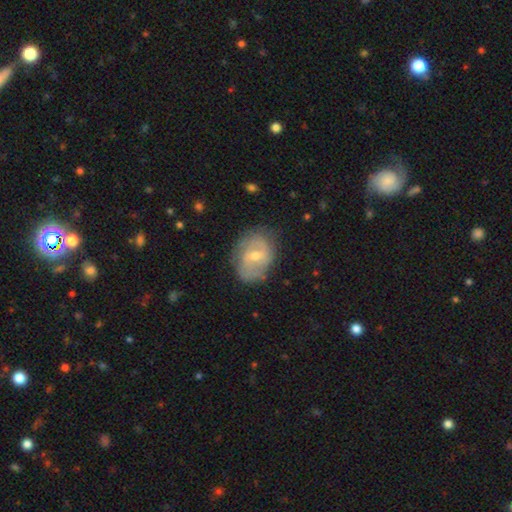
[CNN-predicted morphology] This is likely a featured or disk galaxy (65%). It is clearly not viewed edge-on (96%). Bar: possibly weak (50%). Spiral arm pattern: likely yes (77%). Central bulge: possibly small (51%). Merging: likely none (73%).